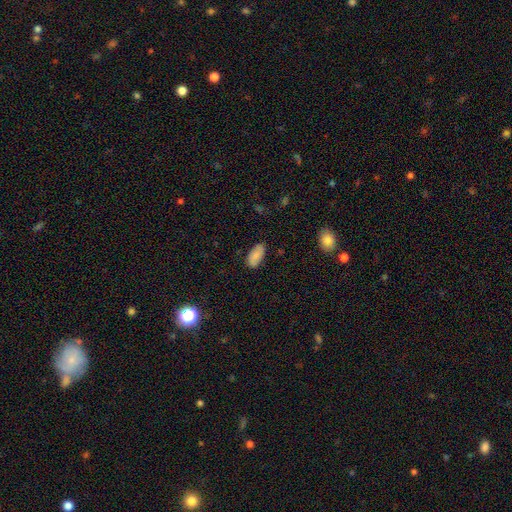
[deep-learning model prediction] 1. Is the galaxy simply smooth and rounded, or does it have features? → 83% smooth, 10% featured or disk, 7% star or artifact.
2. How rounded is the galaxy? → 93% in between, 5% cigar-shaped, 2% round.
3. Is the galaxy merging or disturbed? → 84% none, 13% minor disturbance, 2% major disturbance, 1% merger.